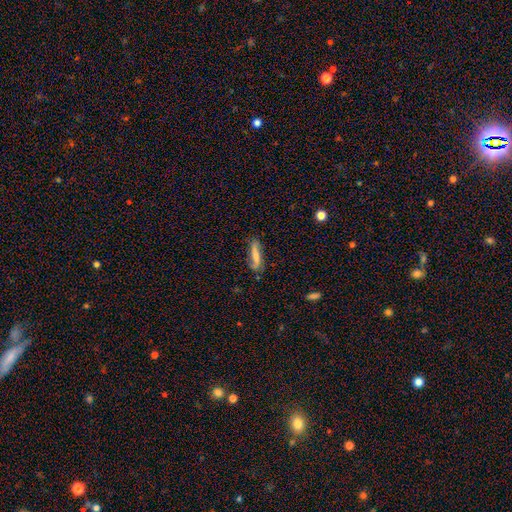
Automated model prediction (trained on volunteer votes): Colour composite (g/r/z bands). It shows a smooth galaxy with no disk features (57%) that is cigar-shaped (70%). Merging: none (66%).